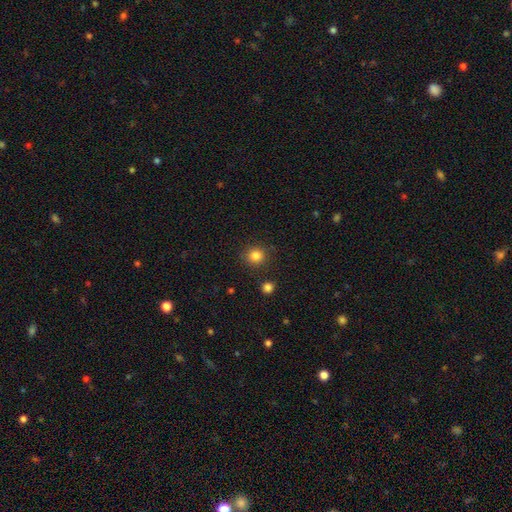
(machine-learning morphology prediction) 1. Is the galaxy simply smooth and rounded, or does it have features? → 84% smooth, 11% star or artifact, 4% featured or disk.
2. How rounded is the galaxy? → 90% round, 9% in between, 1% cigar-shaped.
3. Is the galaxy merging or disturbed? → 87% none, 8% minor disturbance, 3% merger, 2% major disturbance.